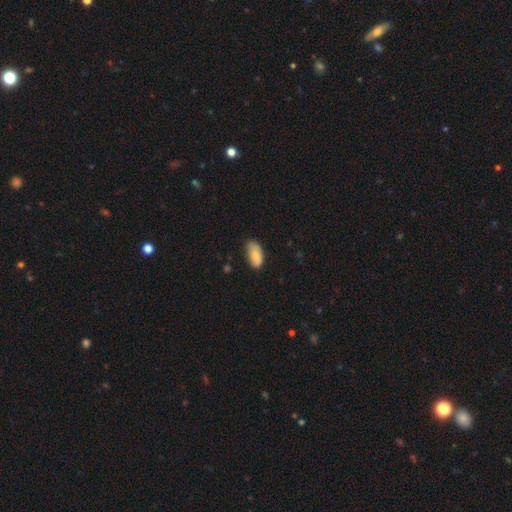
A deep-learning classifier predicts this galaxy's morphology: The model was most divided on "merging": none: 63%, minor disturbance: 30%, major disturbance: 6%, merger: 2%. More confident: how rounded — in between (93%); smooth or featured — smooth (80%).